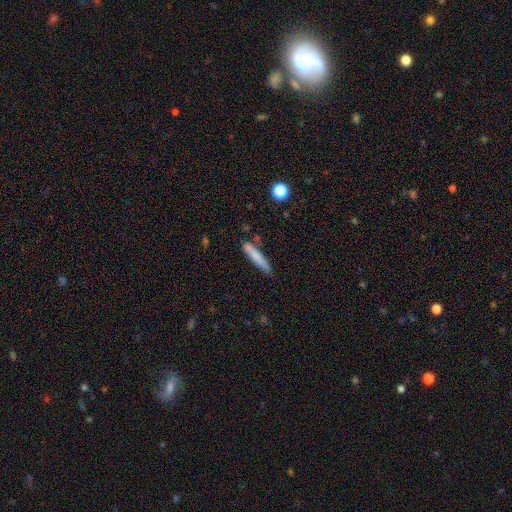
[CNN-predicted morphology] A smooth galaxy with no disk features (78%) that is cigar-shaped (91%). Merging: none (76%).